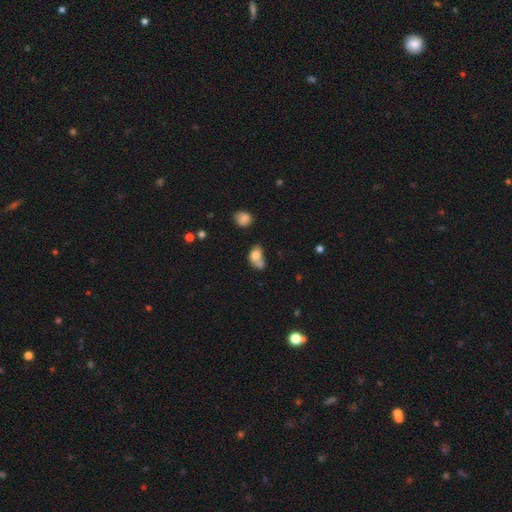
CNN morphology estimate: A smooth galaxy with no disk features (75%) that is in between round and cigar-shaped (71%).

Vote fractions:
- Smooth or featured? smooth: 75% / featured or disk: 15% / star or artifact: 10%
- How rounded? in between: 71% / round: 27% / cigar-shaped: 2%
- Merging? merger: 42% / none: 26% / minor disturbance: 20% / major disturbance: 13%